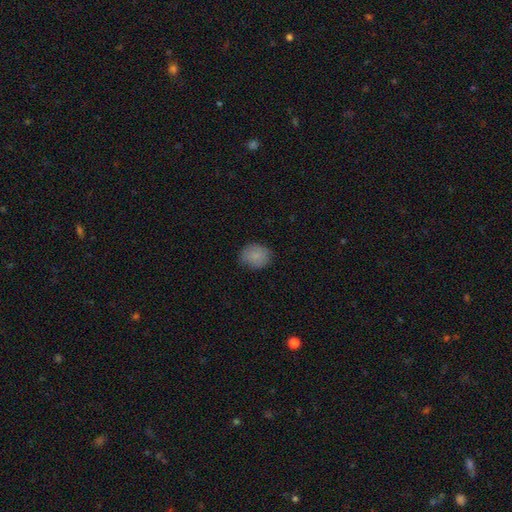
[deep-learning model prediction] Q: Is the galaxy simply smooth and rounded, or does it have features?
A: smooth — 85%.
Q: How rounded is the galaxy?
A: round — 64%.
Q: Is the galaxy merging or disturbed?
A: none — 77%.